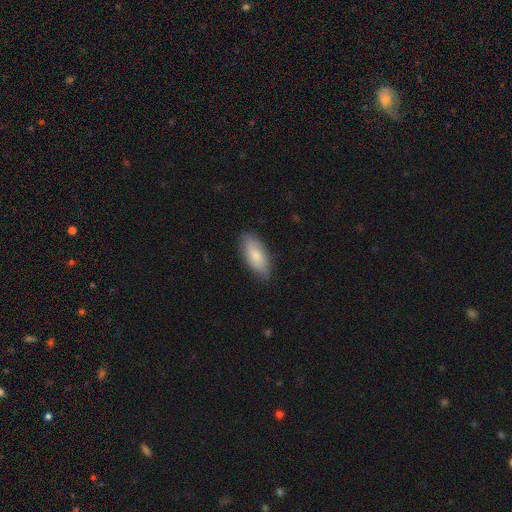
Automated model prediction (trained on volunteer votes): Smooth or featured? Predicted: smooth (p=0.81). How rounded? Predicted: in between (p=0.84). Merging? Predicted: none (p=0.78).